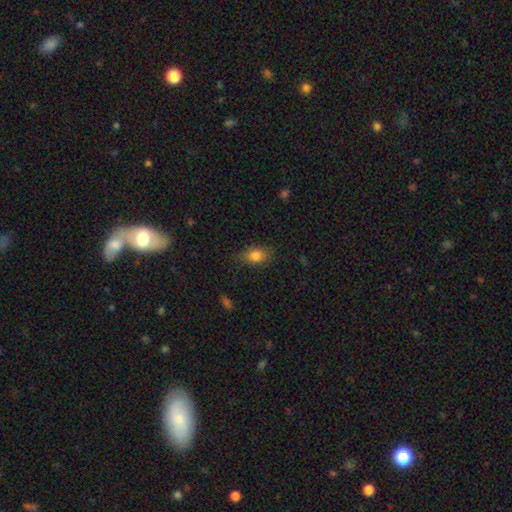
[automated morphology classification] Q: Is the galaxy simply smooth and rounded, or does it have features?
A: smooth — 81%.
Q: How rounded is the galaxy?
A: in between — 75%.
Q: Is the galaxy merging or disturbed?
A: none — 73%.